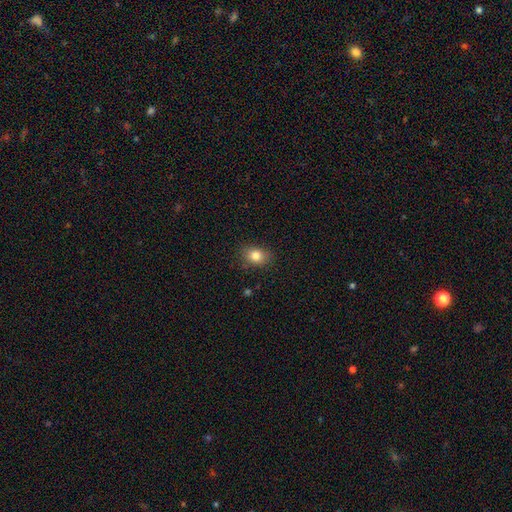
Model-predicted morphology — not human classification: Smooth or featured? Predicted: smooth (p=0.82). How rounded? Predicted: in between (p=0.64). Merging? Predicted: none (p=0.84).